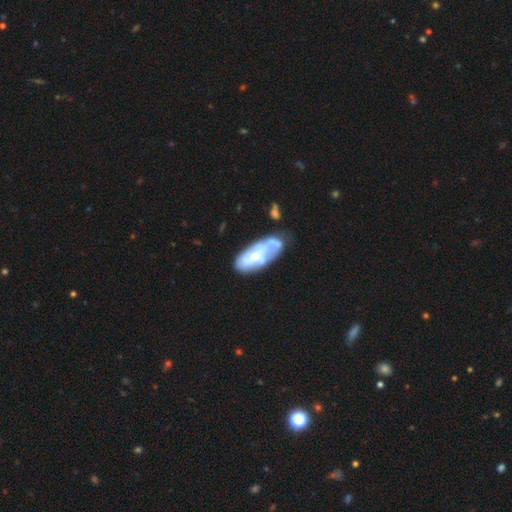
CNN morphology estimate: A featured or disk galaxy (53%).

Vote fractions:
- Smooth or featured? featured or disk: 53% / smooth: 40% / star or artifact: 7%
- Edge-on disk? no: 90% / yes: 10%
- Merging? none: 47% / minor disturbance: 28% / major disturbance: 14% / merger: 12%